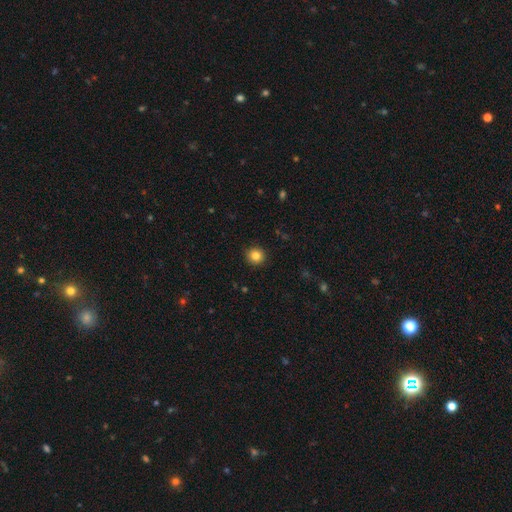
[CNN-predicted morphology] Smooth or featured? Predicted: smooth (p=0.84). How rounded? Predicted: round (p=0.93). Merging? Predicted: none (p=0.92).